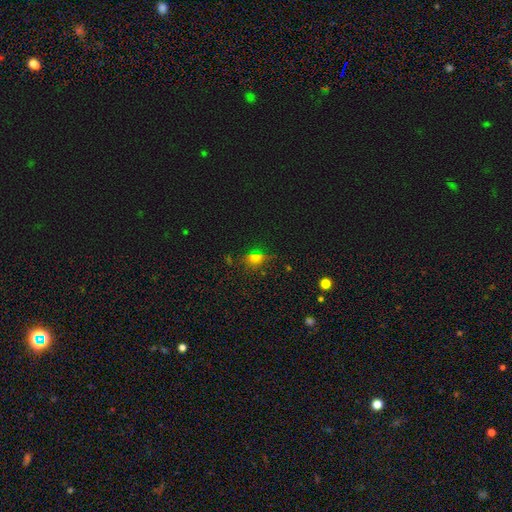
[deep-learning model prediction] Smooth or featured? smooth (51%)
How rounded? round (51%)
Merging? none (75%)